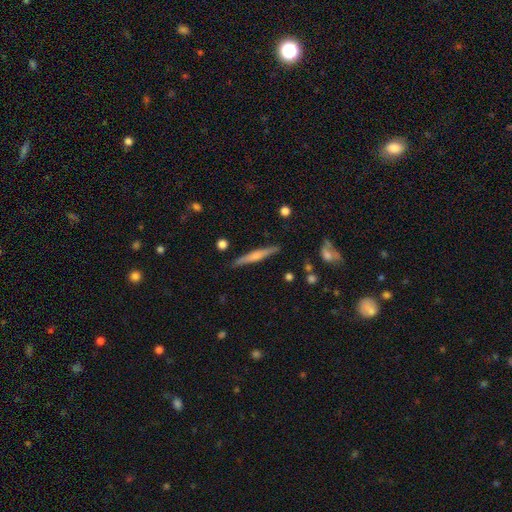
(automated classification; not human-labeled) This is possibly a featured or disk galaxy (50%). Merging: clearly none (88%).